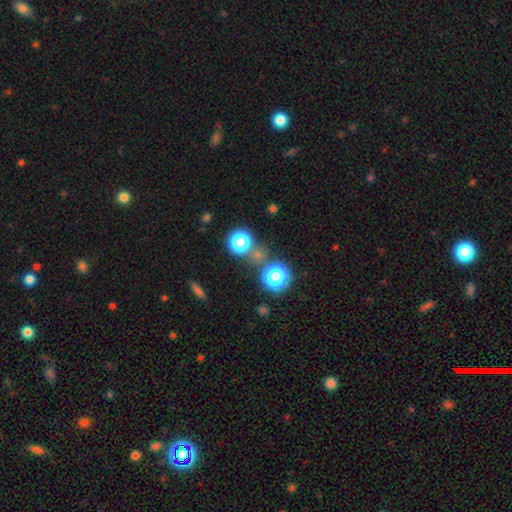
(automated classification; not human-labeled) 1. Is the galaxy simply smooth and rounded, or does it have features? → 52% star or artifact, 37% smooth, 11% featured or disk.